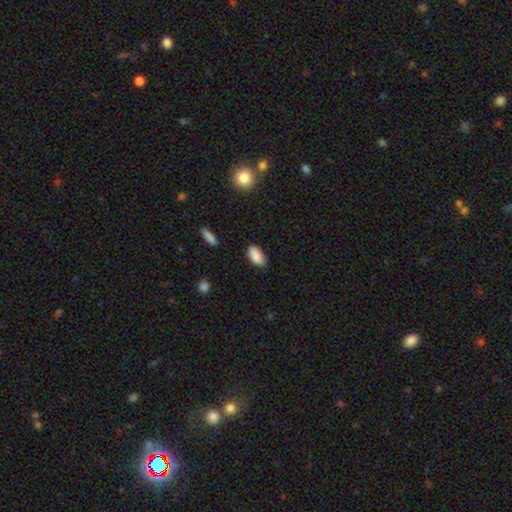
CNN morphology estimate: A smooth galaxy with no disk features (89%) that is in between round and cigar-shaped (93%). Merging: none (83%).